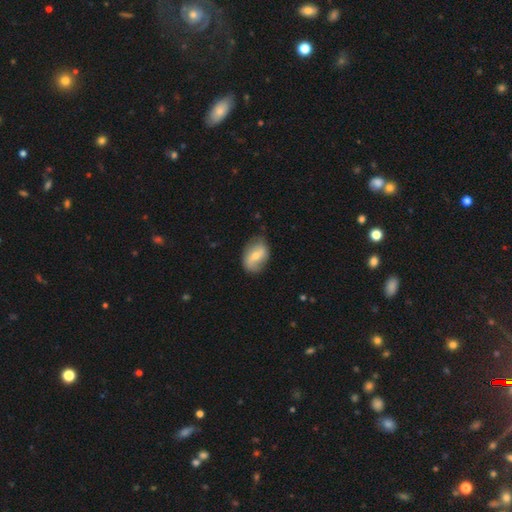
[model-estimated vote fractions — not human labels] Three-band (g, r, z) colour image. It shows a smooth galaxy with no disk features (50%) that is in between round and cigar-shaped (82%). Merging: none (75%).